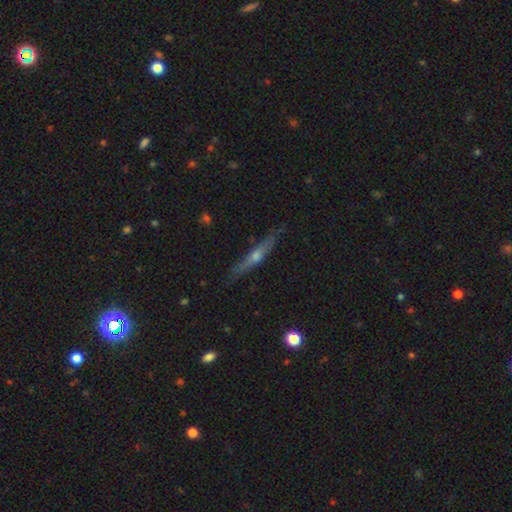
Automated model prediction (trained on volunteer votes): smooth-or-featured: featured or disk: 73% | smooth: 19% | star or artifact: 7%
  disk-edge-on: yes: 97% | no: 3%
    edge-on-bulge: rounded: 85% | none: 11% | boxy: 4%
  merging: none: 87% | minor disturbance: 10% | major disturbance: 2% | merger: 1%